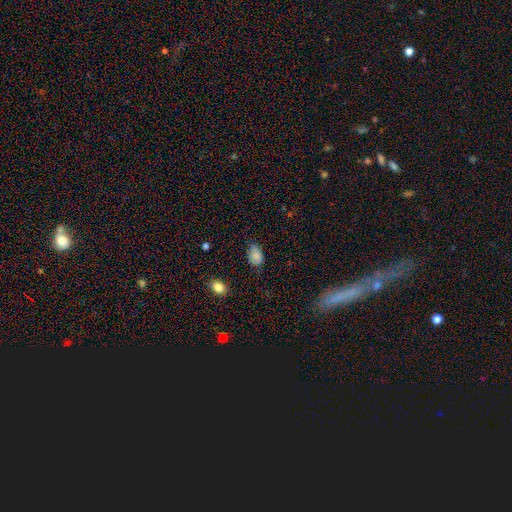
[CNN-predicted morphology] smooth-or-featured: smooth: 83% | star or artifact: 9% | featured or disk: 8%
  how-rounded: in between: 85% | round: 14% | cigar-shaped: 1%
  merging: none: 66% | minor disturbance: 27% | major disturbance: 5% | merger: 2%